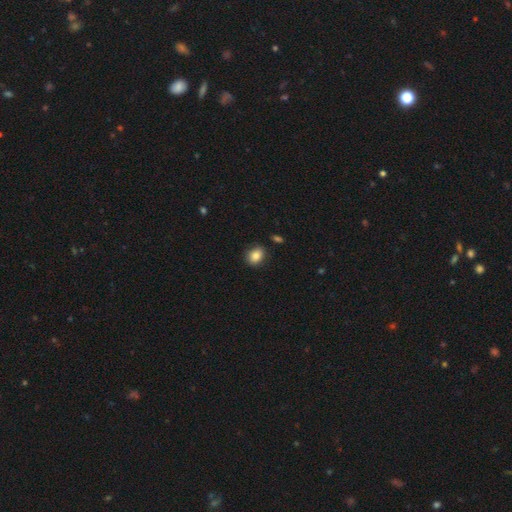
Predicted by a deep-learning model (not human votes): Smooth or featured: smooth — 85% (star or artifact — 9%)
How rounded: in between — 57% (round — 42%)
Merging: none — 83% (minor disturbance — 12%)